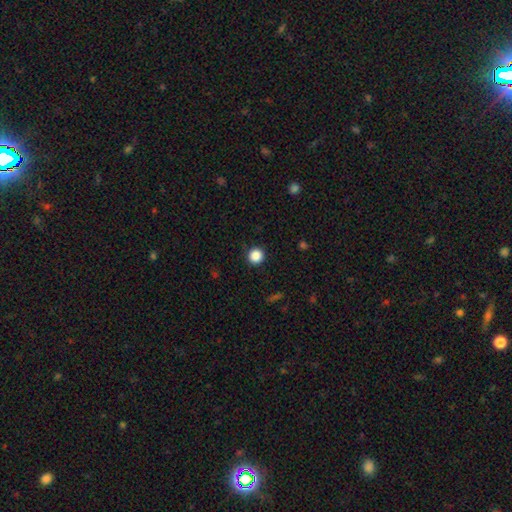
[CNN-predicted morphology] Q: Smooth or featured?
A: smooth (86%); runner-up: star or artifact (11%)
Q: How rounded?
A: round (96%); runner-up: in between (3%)
Q: Merging?
A: none (92%); runner-up: minor disturbance (5%)